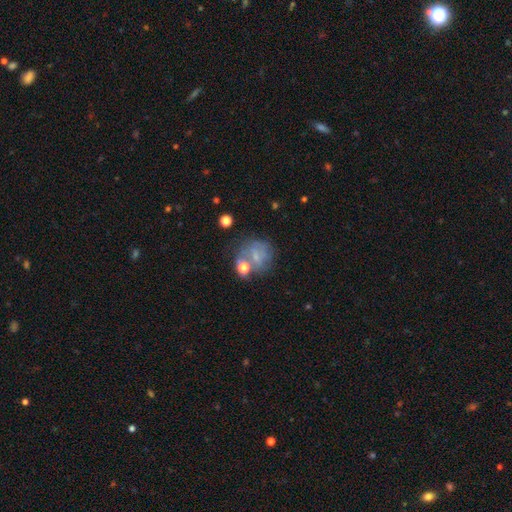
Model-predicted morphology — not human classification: Smooth or featured? smooth (49%)
Merging? none (48%)